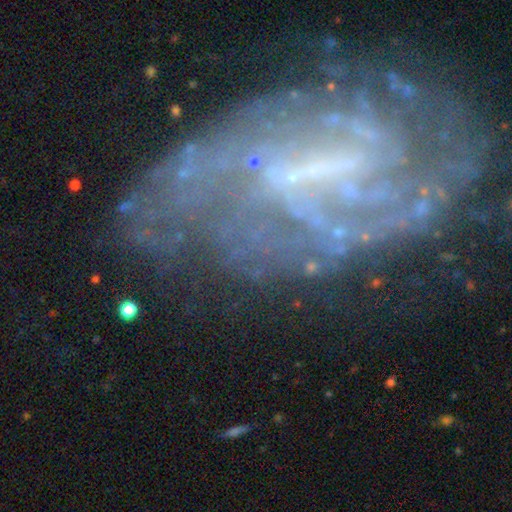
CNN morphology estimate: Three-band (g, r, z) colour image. It shows a featured or disk galaxy (77%) with a weak bar (37%, tied with strong), tight (42%) spiral arms (77%) and a small central bulge (44%). Merging: none (55%).